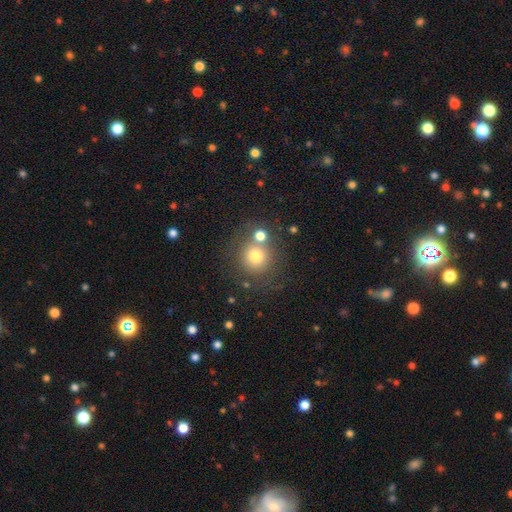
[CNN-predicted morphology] A smooth galaxy with no disk features (72%) that is round (91%).

Vote fractions:
- Smooth or featured? smooth: 72% / featured or disk: 14% / star or artifact: 14%
- How rounded? round: 91% / in between: 8% / cigar-shaped: 1%
- Merging? none: 65% / merger: 19% / minor disturbance: 10% / major disturbance: 6%